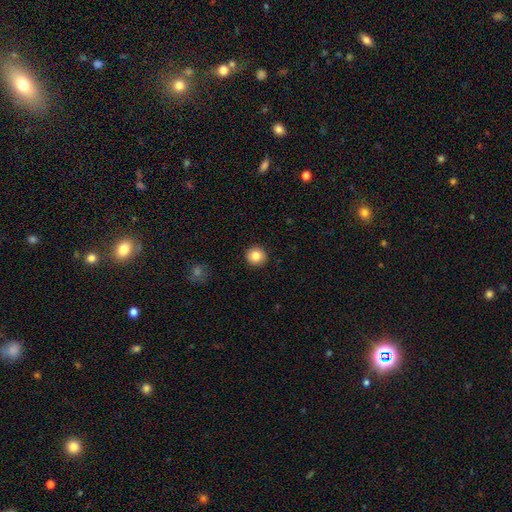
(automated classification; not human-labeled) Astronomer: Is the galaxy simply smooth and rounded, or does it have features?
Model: smooth — 84%.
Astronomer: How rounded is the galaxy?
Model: round — 93%.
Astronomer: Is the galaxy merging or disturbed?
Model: none — 92%.